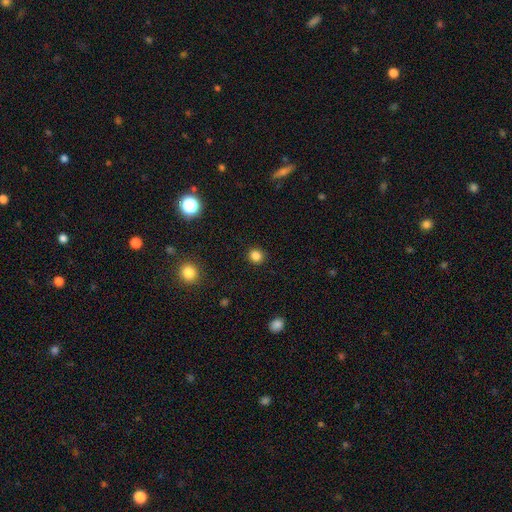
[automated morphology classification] Smooth or featured: smooth — 84% (star or artifact — 13%)
How rounded: round — 89% (in between — 10%)
Merging: none — 91% (minor disturbance — 6%)